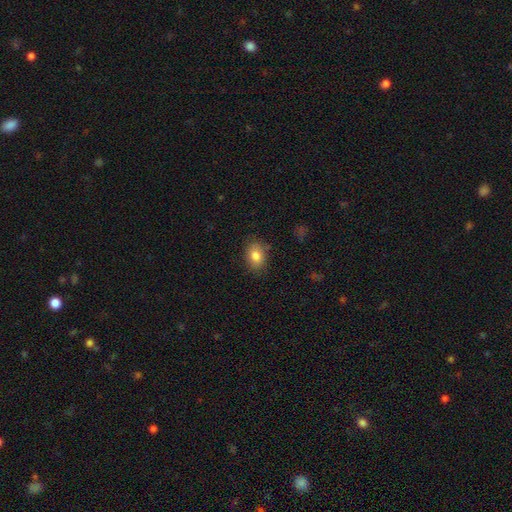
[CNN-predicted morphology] A smooth galaxy with no disk features (83%) that is in between round and cigar-shaped (72%).

Vote fractions:
- Smooth or featured? smooth: 83% / star or artifact: 9% / featured or disk: 9%
- How rounded? in between: 72% / round: 27% / cigar-shaped: 1%
- Merging? none: 83% / minor disturbance: 13% / major disturbance: 3% / merger: 2%